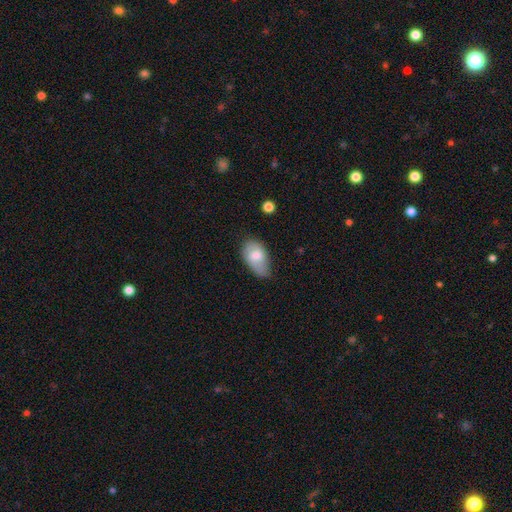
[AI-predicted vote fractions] smooth 72%, featured or disk 22%, star or artifact 7%. Down the decision tree: how rounded — in between (93%); merging — none (47%).